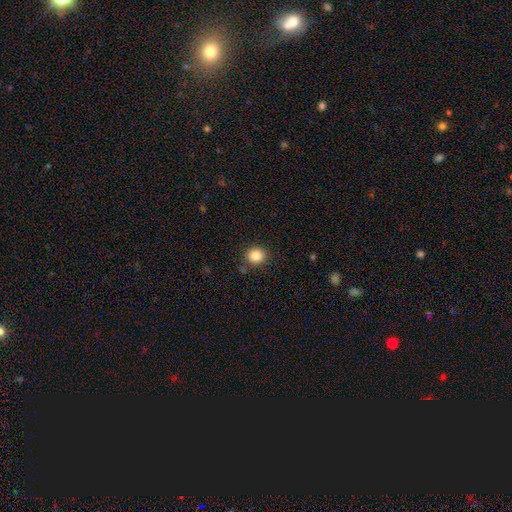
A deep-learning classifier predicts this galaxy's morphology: Q: Smooth or featured?
A: smooth (84%); runner-up: star or artifact (11%)
Q: How rounded?
A: round (83%); runner-up: in between (17%)
Q: Merging?
A: none (87%); runner-up: minor disturbance (8%)